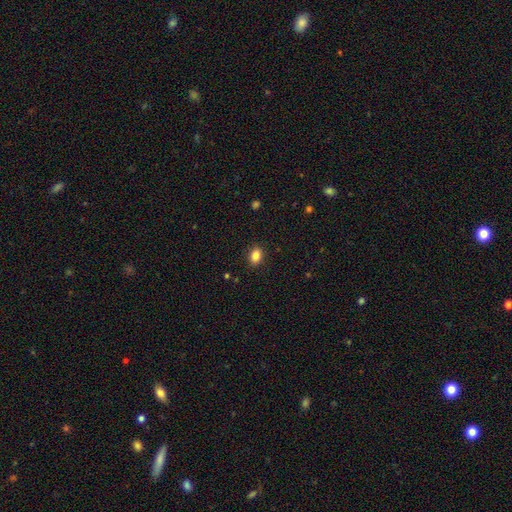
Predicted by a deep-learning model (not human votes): Smooth or featured: smooth — 85% (star or artifact — 10%)
How rounded: in between — 75% (round — 24%)
Merging: none — 89% (minor disturbance — 8%)